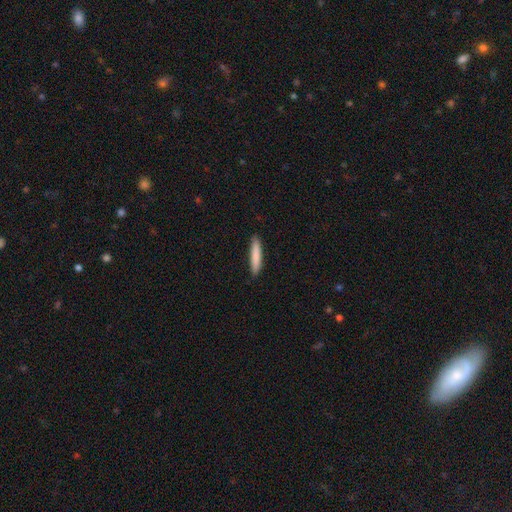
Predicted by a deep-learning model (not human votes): Smooth or featured: smooth — 84% (featured or disk — 10%)
How rounded: cigar-shaped — 90% (in between — 9%)
Merging: none — 89% (minor disturbance — 8%)